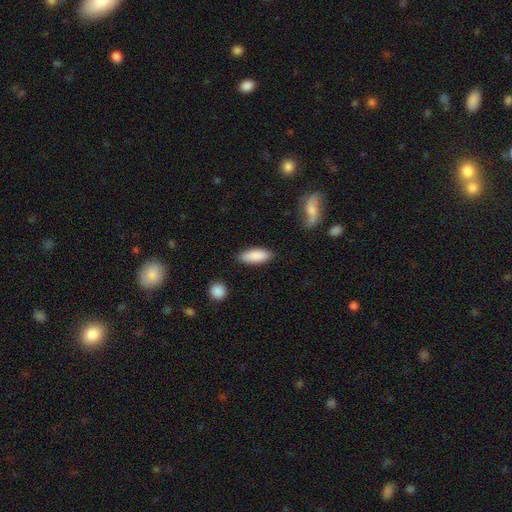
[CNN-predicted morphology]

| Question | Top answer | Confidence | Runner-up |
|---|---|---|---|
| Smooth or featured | smooth | 87% | featured or disk (7%) |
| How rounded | in between | 74% | cigar-shaped (24%) |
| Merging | none | 84% | minor disturbance (11%) |